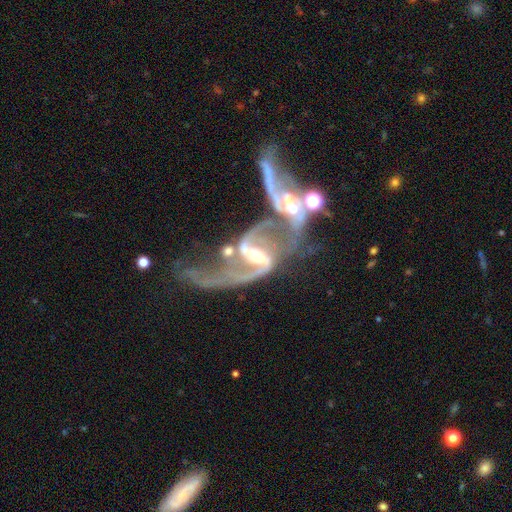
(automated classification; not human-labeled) The model was most divided on "bulge size": moderate: 46%, small: 45%, none: 5%, large: 3%, dominant: 1%. Remaining: edge-on disk — no (96%); spiral arms — yes (95%); smooth or featured — featured or disk (89%); spiral arm count — 2 (88%); spiral winding — loose (66%); merging — merger (61%); bar — strong (47%).